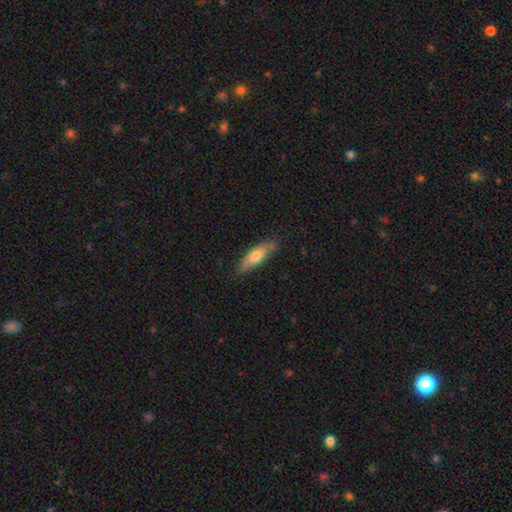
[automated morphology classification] Smooth or featured? smooth (68%)
How rounded? in between (50%)
Merging? none (76%)